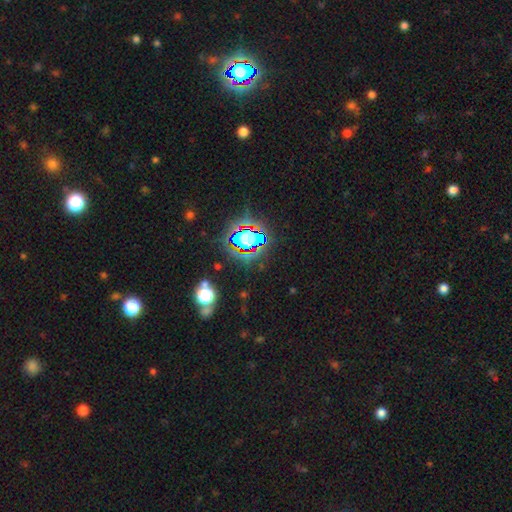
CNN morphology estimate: Smooth or featured? Predicted: star or artifact (p=0.80).